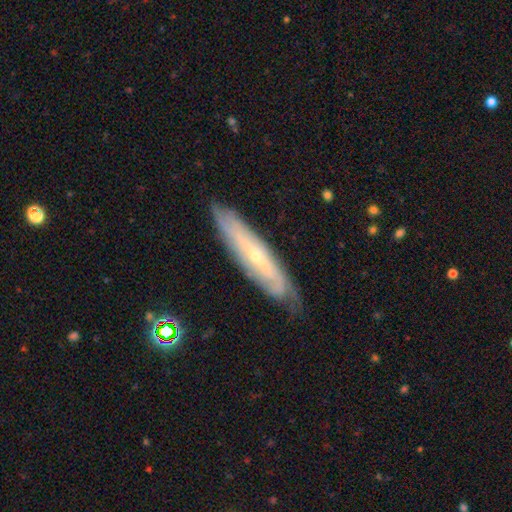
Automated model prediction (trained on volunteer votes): Morphology: type=featured or disk (71%); edge-on=no (55%); merging=none (76%).